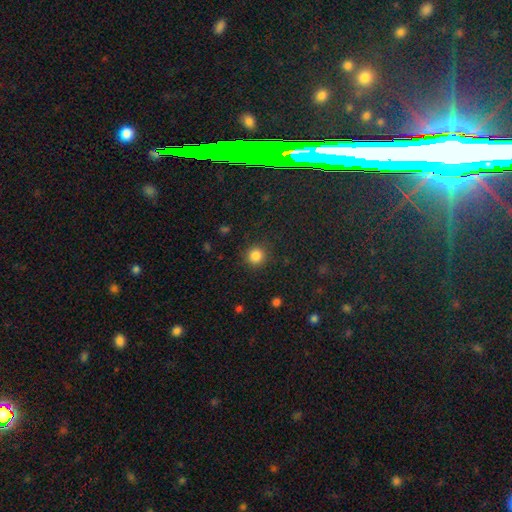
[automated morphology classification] A smooth galaxy with no disk features (85%) that is round (93%). Merging: none (89%).